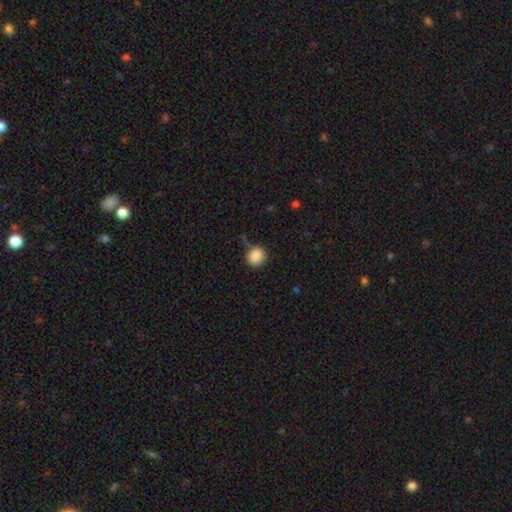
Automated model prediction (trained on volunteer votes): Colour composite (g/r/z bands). It shows a smooth galaxy with no disk features (87%) that is round (89%). Merging: none (72%).